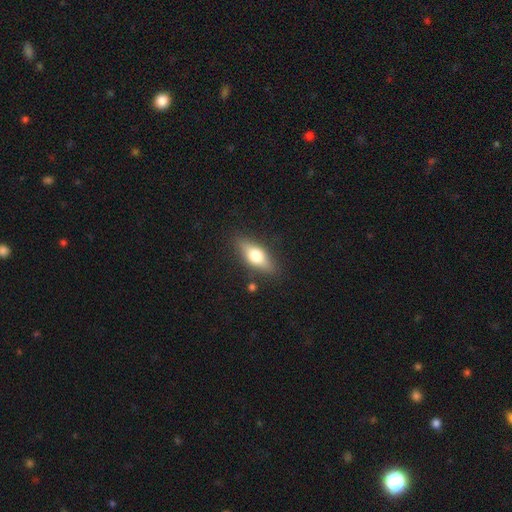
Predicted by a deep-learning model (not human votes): Smooth or featured?
  - smooth: 60% *
  - featured or disk: 33%
  - star or artifact: 7%
How rounded?
  - in between: 68% *
  - cigar-shaped: 28%
  - round: 5%
Merging?
  - none: 83% *
  - minor disturbance: 12%
  - major disturbance: 3%
  - merger: 2%